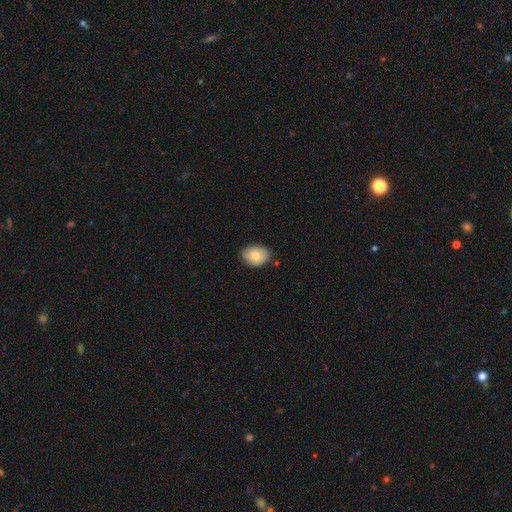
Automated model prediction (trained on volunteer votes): Smooth or featured?
  - smooth: 79% *
  - featured or disk: 14%
  - star or artifact: 7%
How rounded?
  - in between: 67% *
  - round: 32%
  - cigar-shaped: 1%
Merging?
  - none: 81% *
  - minor disturbance: 14%
  - major disturbance: 2%
  - merger: 2%